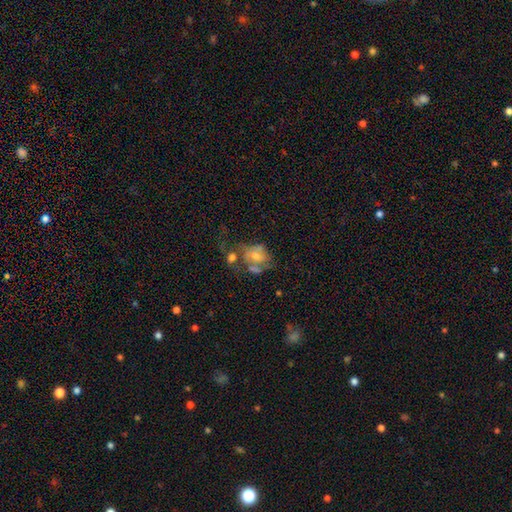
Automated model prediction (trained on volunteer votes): smooth_or_featured: featured or disk (p=0.55) [alt: smooth p=0.32]
disk_edge_on: no (p=0.97) [alt: yes p=0.03]
bar: no (p=0.67) [alt: weak p=0.26]
has_spiral_arms: yes (p=0.59) [alt: no p=0.41]
bulge_size: moderate (p=0.53) [alt: small p=0.35]
merging: none (p=0.30) [alt: merger p=0.27]